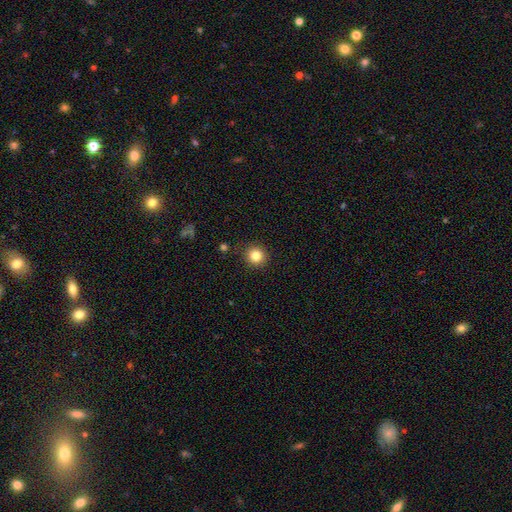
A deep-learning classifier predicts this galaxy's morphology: Smooth or featured? smooth (83%)
How rounded? round (92%)
Merging? none (89%)